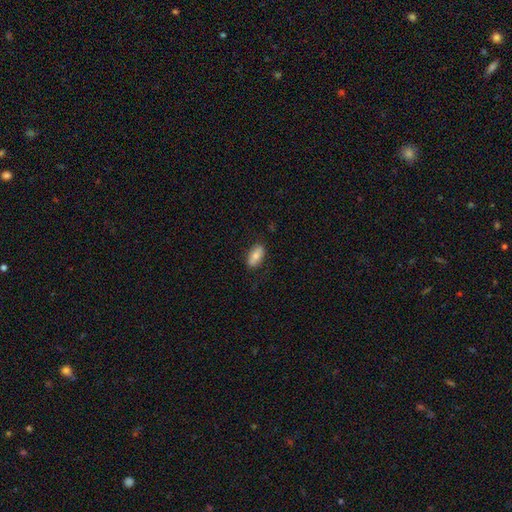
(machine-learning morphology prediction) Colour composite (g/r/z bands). It shows a smooth galaxy with no disk features (76%) that is in between round and cigar-shaped (88%). Merging: none (83%).